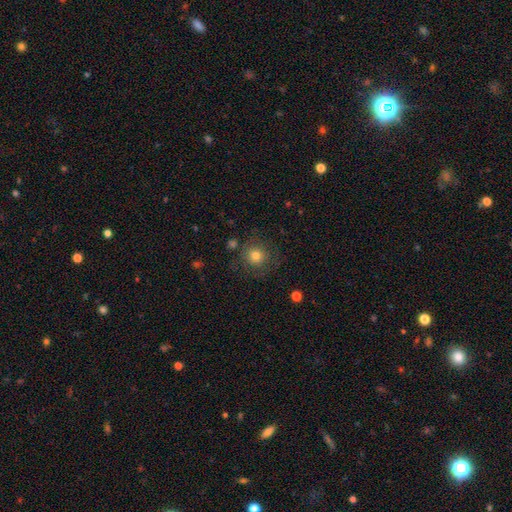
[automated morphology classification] Smooth or featured: smooth — 75% (featured or disk — 13%)
How rounded: round — 93% (in between — 6%)
Merging: none — 79% (minor disturbance — 12%)